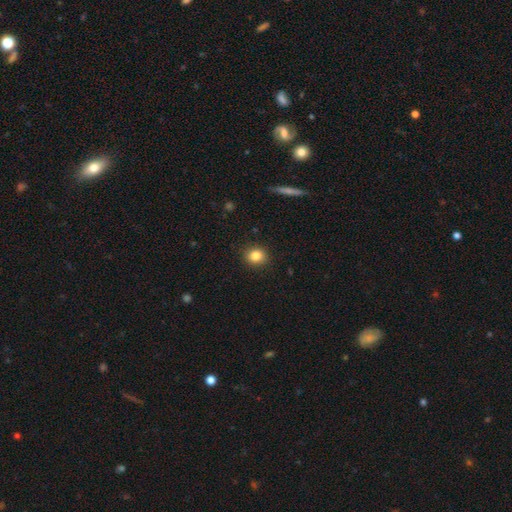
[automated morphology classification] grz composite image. It shows a smooth galaxy with no disk features (84%) that is round (73%). Merging: none (90%).